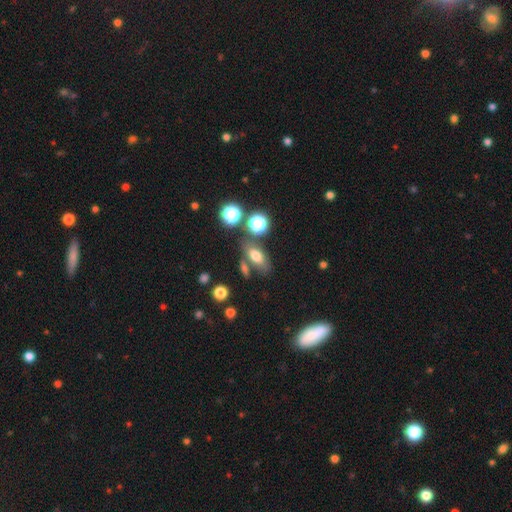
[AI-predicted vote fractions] This is likely a smooth galaxy (69%). How rounded: likely in between (79%). Merging: likely none (62%).